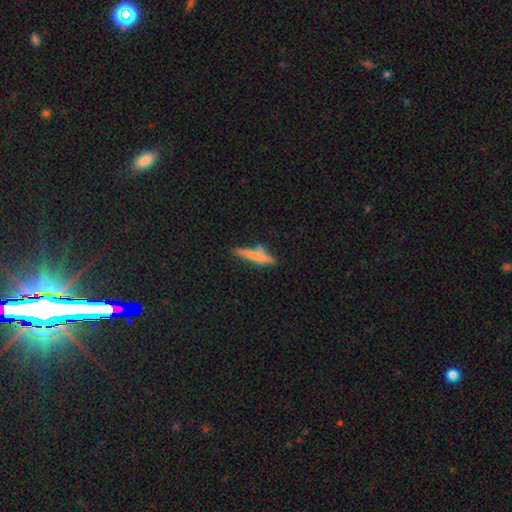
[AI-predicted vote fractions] smooth-or-featured: smooth: 60% | featured or disk: 32% | star or artifact: 8%
  how-rounded: cigar-shaped: 89% | in between: 9% | round: 2%
  merging: none: 63% | merger: 16% | minor disturbance: 16% | major disturbance: 5%